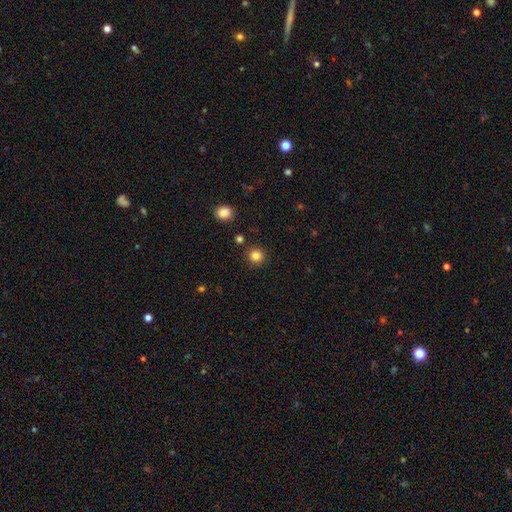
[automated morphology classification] Q: Smooth or featured?
A: smooth (83%); runner-up: star or artifact (13%)
Q: How rounded?
A: round (93%); runner-up: in between (6%)
Q: Merging?
A: none (88%); runner-up: minor disturbance (6%)